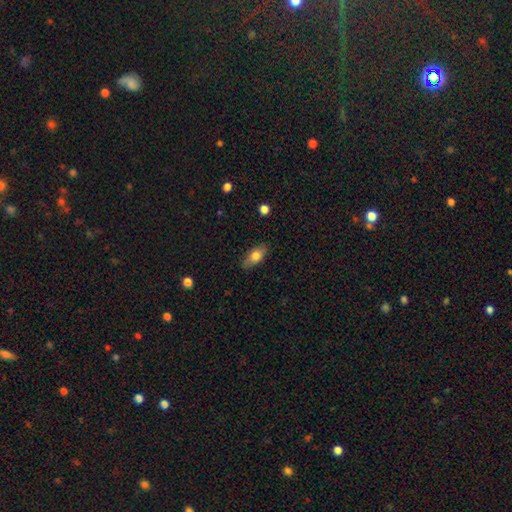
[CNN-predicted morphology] A smooth galaxy with no disk features (73%) that is in between round and cigar-shaped (81%).

Vote fractions:
- Smooth or featured? smooth: 73% / featured or disk: 20% / star or artifact: 7%
- How rounded? in between: 81% / cigar-shaped: 15% / round: 4%
- Merging? none: 86% / minor disturbance: 11% / major disturbance: 2% / merger: 1%